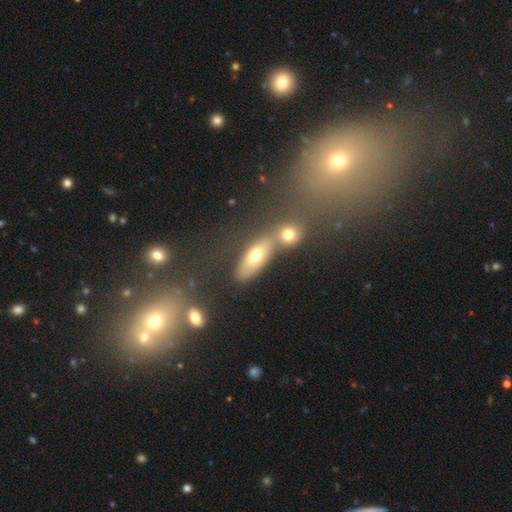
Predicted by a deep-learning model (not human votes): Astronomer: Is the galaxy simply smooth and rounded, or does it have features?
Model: smooth — 62%.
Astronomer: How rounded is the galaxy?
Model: in between — 69%.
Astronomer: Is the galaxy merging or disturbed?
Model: none — 49% (runner-up: merger, 33%).